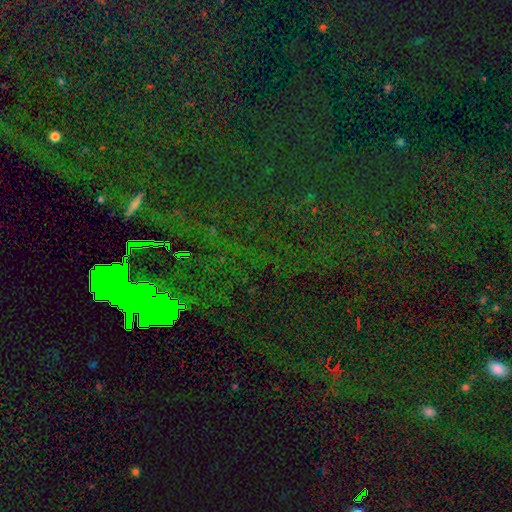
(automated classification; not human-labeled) Smooth or featured?
  - star or artifact: 82% *
  - smooth: 9%
  - featured or disk: 8%